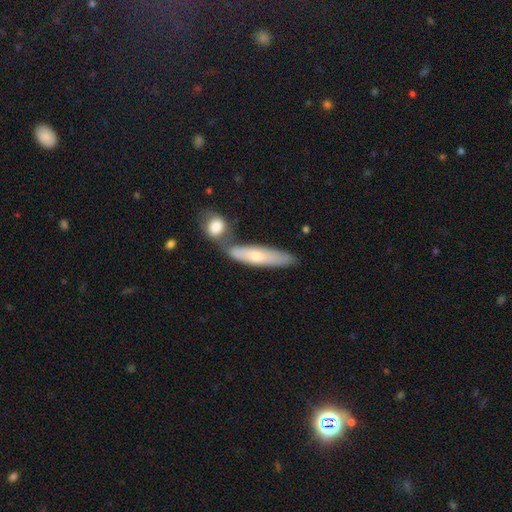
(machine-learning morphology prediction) A smooth galaxy with no disk features (61%) that is cigar-shaped (72%).

Vote fractions:
- Smooth or featured? smooth: 61% / featured or disk: 33% / star or artifact: 6%
- How rounded? cigar-shaped: 72% / in between: 25% / round: 2%
- Merging? none: 48% / merger: 34% / minor disturbance: 13% / major disturbance: 4%